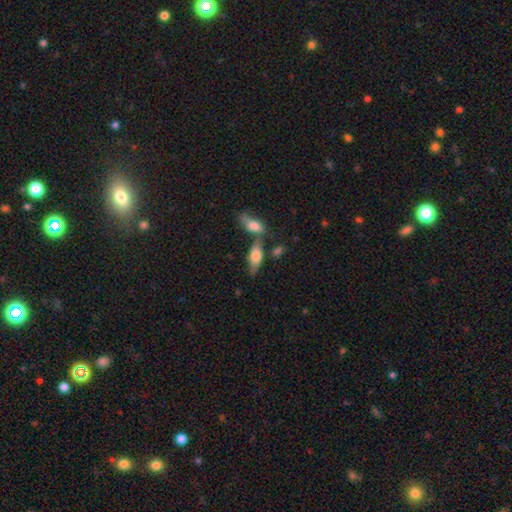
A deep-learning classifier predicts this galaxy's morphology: Q: Smooth or featured?
A: smooth (68%); runner-up: featured or disk (25%)
Q: How rounded?
A: in between (81%); runner-up: cigar-shaped (16%)
Q: Merging?
A: none (51%); runner-up: merger (25%)